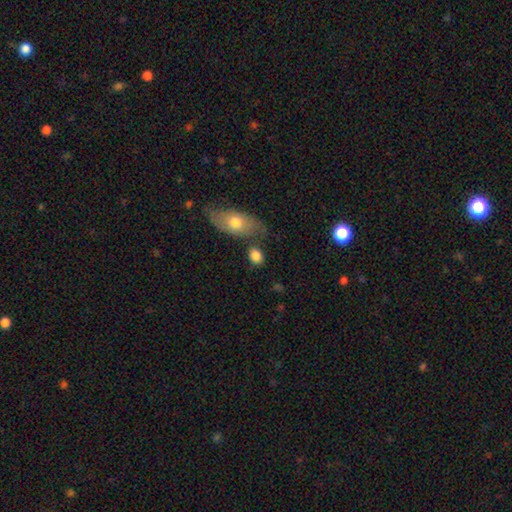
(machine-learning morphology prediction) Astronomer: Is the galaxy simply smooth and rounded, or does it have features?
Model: smooth — 83%.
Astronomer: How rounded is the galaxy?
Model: in between — 64%.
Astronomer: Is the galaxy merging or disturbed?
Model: none — 67%.